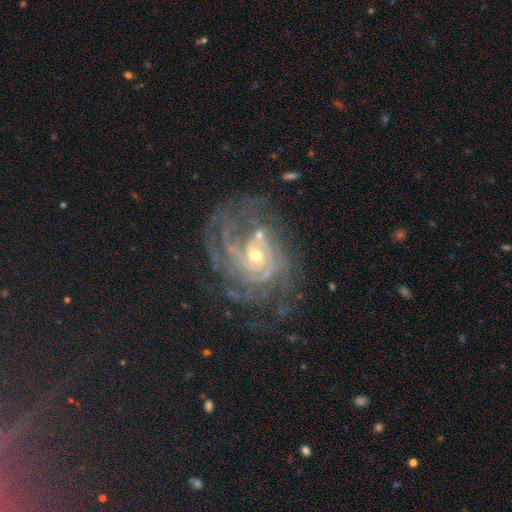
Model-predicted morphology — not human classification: Smooth or featured? featured or disk (87%)
Edge-on disk? no (97%)
Bar? no (66%)
Spiral arms? yes (96%)
Spiral winding? tight (66%)
Spiral arm count? can't tell (30%)
Bulge size? small (58%)
Merging? none (63%)